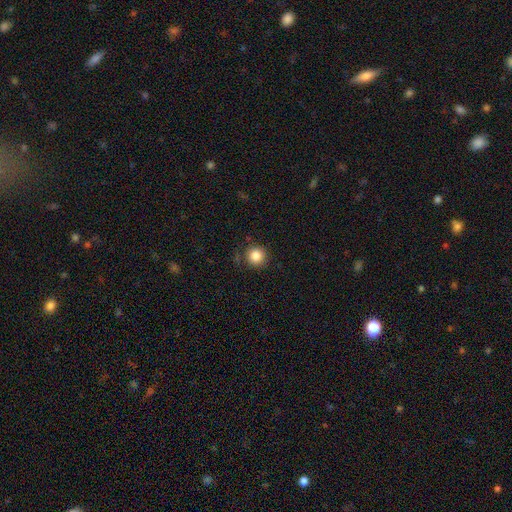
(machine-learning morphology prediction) type=smooth (85%); roundness=round (94%); merging=none (85%).